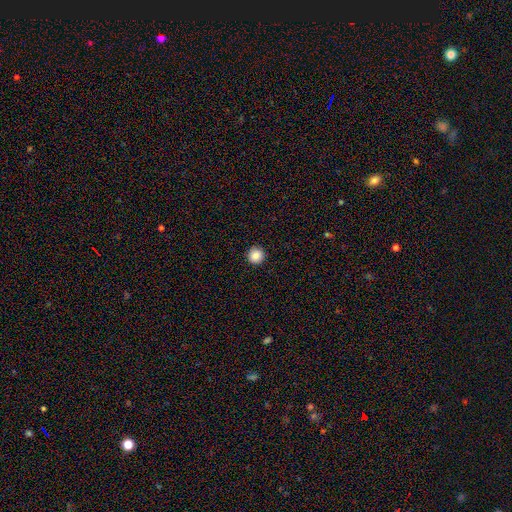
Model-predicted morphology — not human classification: smooth_or_featured: smooth (p=0.86) [alt: star or artifact p=0.09]
how_rounded: round (p=0.96) [alt: in between p=0.03]
merging: none (p=0.94) [alt: minor disturbance p=0.04]